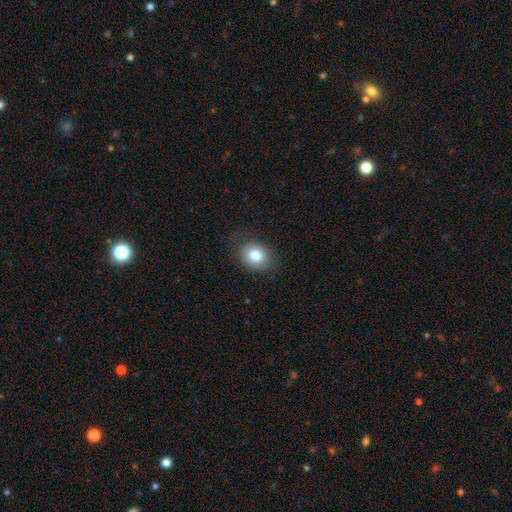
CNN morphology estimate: smooth-or-featured: smooth: 80% | featured or disk: 10% | star or artifact: 10%
  how-rounded: round: 50% (tied) | in between: 50% (tied) | cigar-shaped: 1%
  merging: none: 80% | minor disturbance: 15% | major disturbance: 5% | merger: 1%